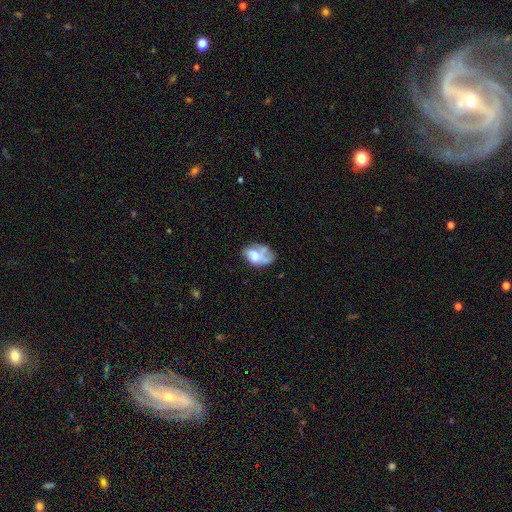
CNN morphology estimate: The model was most divided on "merging": none: 31%, minor disturbance: 28%, major disturbance: 27%, merger: 15%. More confident: how rounded — in between (86%); smooth or featured — smooth (54%).